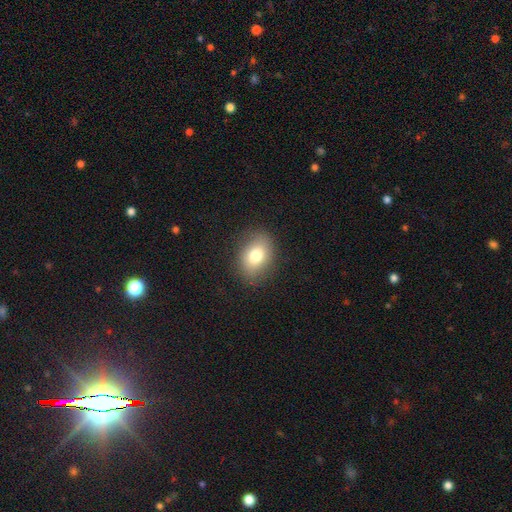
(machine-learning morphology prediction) Smooth or featured? Predicted: smooth (p=0.79). How rounded? Predicted: in between (p=0.73). Merging? Predicted: none (p=0.85).